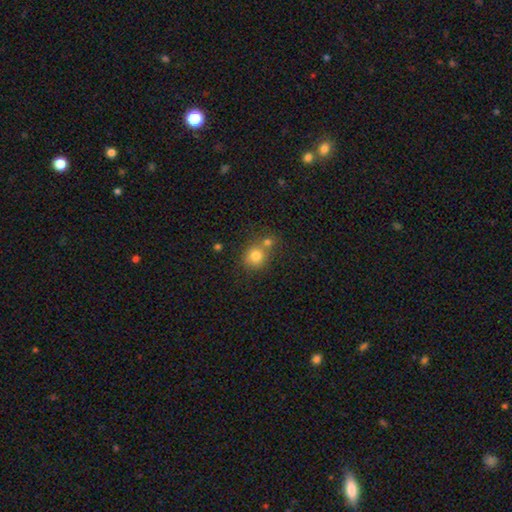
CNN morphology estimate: This appears to be a smooth galaxy with no disk features (79%) that is round (81%). Merging: none (50%).